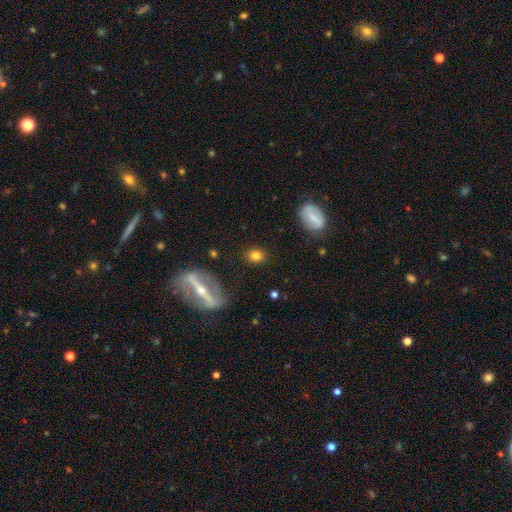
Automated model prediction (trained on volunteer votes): Q: Smooth or featured?
A: smooth (70%); runner-up: featured or disk (20%)
Q: How rounded?
A: round (62%); runner-up: in between (34%)
Q: Merging?
A: none (85%); runner-up: minor disturbance (9%)